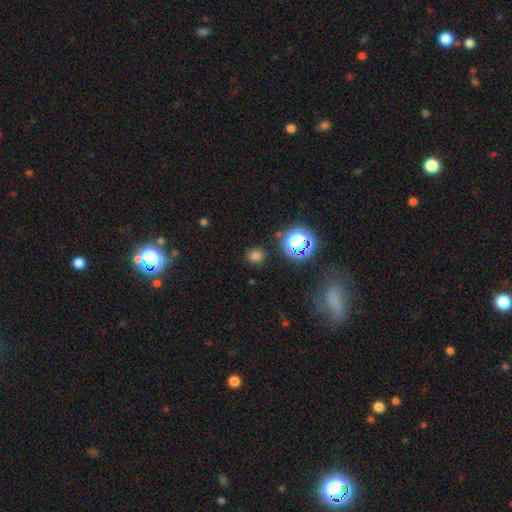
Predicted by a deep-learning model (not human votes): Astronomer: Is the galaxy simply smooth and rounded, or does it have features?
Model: smooth — 71%.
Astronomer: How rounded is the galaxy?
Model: round — 90%.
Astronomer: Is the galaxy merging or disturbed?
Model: none — 87%.